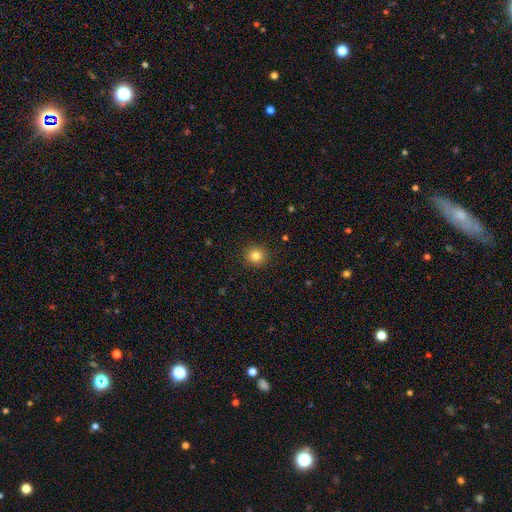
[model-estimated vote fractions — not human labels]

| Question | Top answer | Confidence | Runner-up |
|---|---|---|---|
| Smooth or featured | smooth | 83% | star or artifact (12%) |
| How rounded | round | 90% | in between (9%) |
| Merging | none | 91% | minor disturbance (6%) |